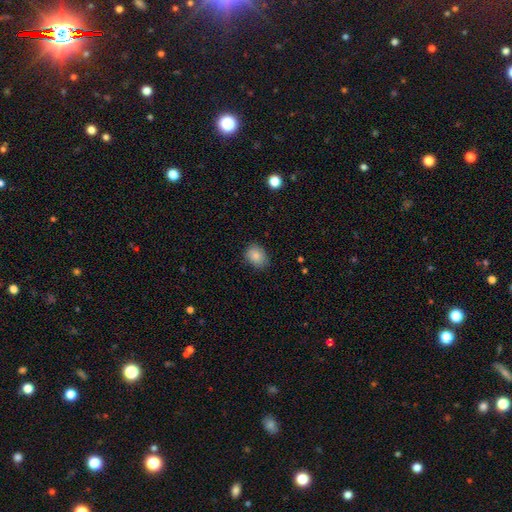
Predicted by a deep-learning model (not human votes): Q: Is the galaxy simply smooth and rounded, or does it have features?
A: smooth — 86%.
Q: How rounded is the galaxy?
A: in between — 61%.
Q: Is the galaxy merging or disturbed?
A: none — 79%.